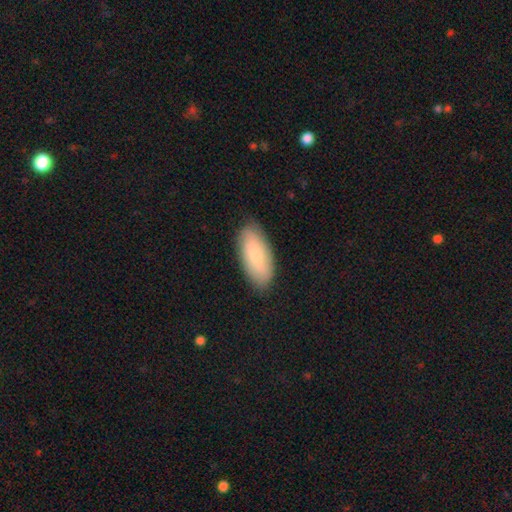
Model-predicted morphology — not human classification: Smooth or featured? Predicted: smooth (p=0.73). How rounded? Predicted: in between (p=0.87). Merging? Predicted: none (p=0.85).